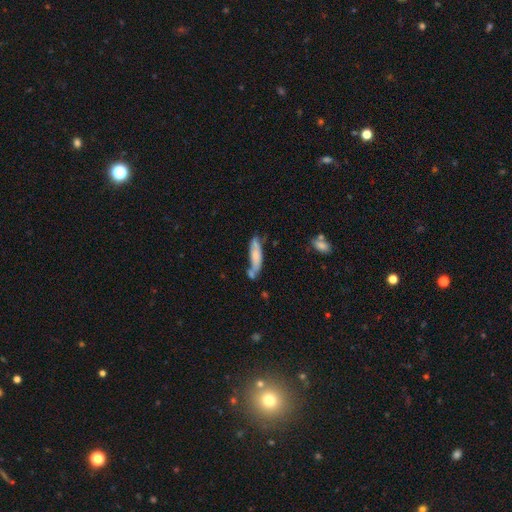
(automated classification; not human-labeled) Smooth or featured? smooth (67%)
How rounded? cigar-shaped (71%)
Merging? none (50%)